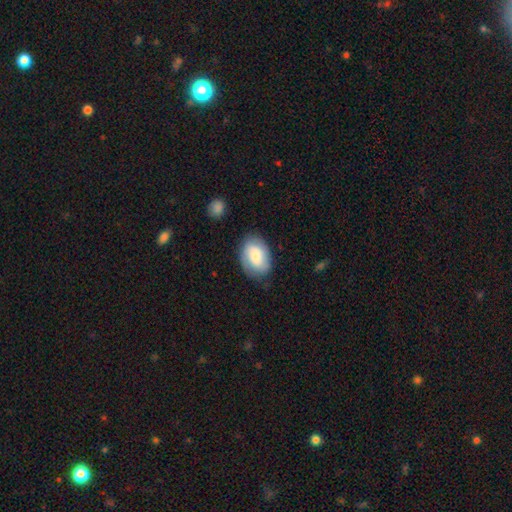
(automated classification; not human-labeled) This appears to be a smooth galaxy with no disk features (64%) that is in between round and cigar-shaped (84%). Merging: none (74%).